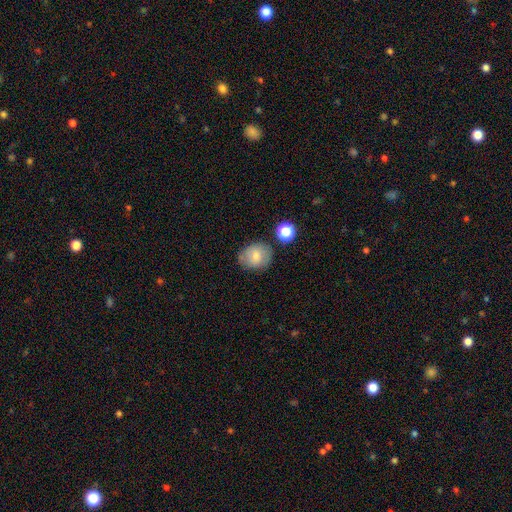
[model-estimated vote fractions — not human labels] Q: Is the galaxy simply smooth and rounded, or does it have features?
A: smooth — 74%.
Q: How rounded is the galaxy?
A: round — 59%.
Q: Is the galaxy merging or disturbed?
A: none — 73%.